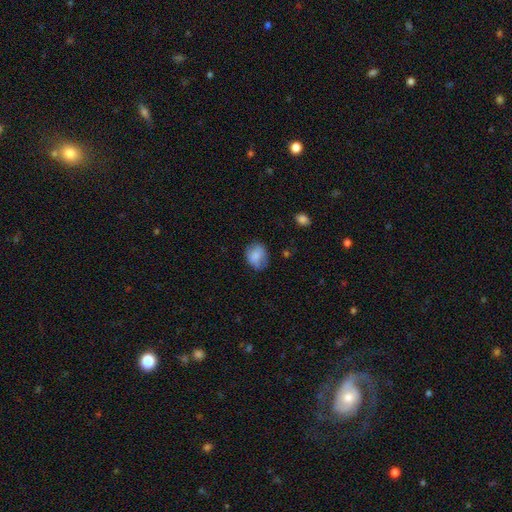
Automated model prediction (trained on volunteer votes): This is likely a smooth galaxy (77%). How rounded: possibly round (51%). Merging: likely none (64%).